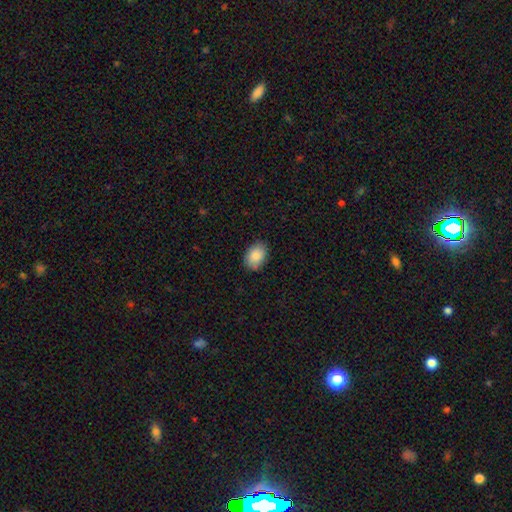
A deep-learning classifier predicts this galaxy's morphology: type=smooth (87%); roundness=in between (78%); merging=none (84%).